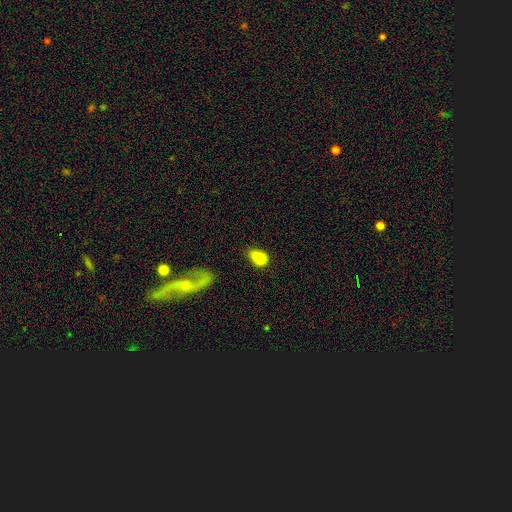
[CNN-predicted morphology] Smooth or featured: smooth — 71% (featured or disk — 17%)
How rounded: in between — 51% (round — 47%)
Merging: merger — 34% (none — 30%)